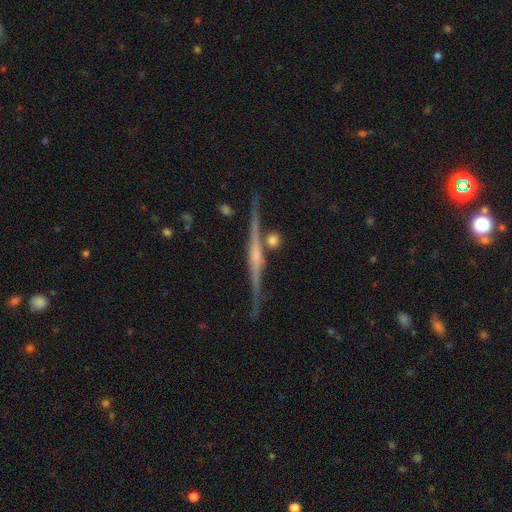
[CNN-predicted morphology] The model was most divided on "edge-on bulge": rounded: 62%, none: 19%, boxy: 19%. More confident: edge-on disk — yes (98%); smooth or featured — featured or disk (84%); merging — none (83%).